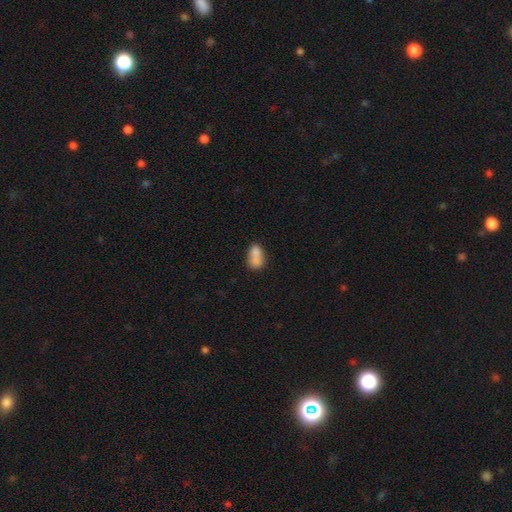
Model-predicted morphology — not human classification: Smooth or featured?
  - smooth: 77% *
  - featured or disk: 14%
  - star or artifact: 9%
How rounded?
  - in between: 80% *
  - round: 17%
  - cigar-shaped: 4%
Merging?
  - merger: 43% *
  - none: 34%
  - minor disturbance: 16%
  - major disturbance: 6%